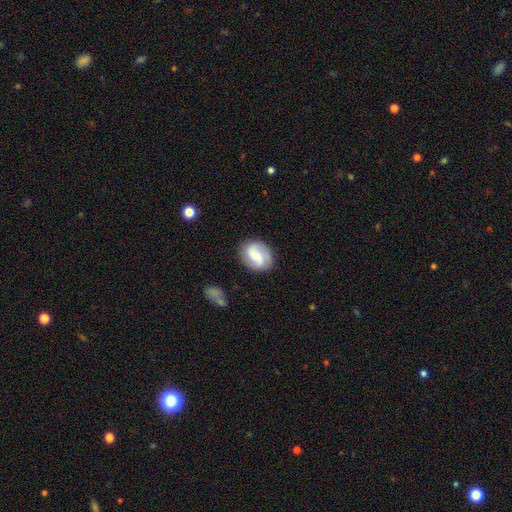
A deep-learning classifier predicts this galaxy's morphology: Q: Smooth or featured?
A: featured or disk (62%); runner-up: smooth (32%)
Q: Edge-on disk?
A: no (97%); runner-up: yes (3%)
Q: Bar?
A: weak (43%); runner-up: no (33%)
Q: Spiral arms?
A: yes (85%); runner-up: no (15%)
Q: Spiral winding?
A: medium (39%); runner-up: loose (37%)
Q: Spiral arm count?
A: 2 (86%); runner-up: can't tell (8%)
Q: Bulge size?
A: moderate (57%); runner-up: small (38%)
Q: Merging?
A: none (84%); runner-up: minor disturbance (12%)